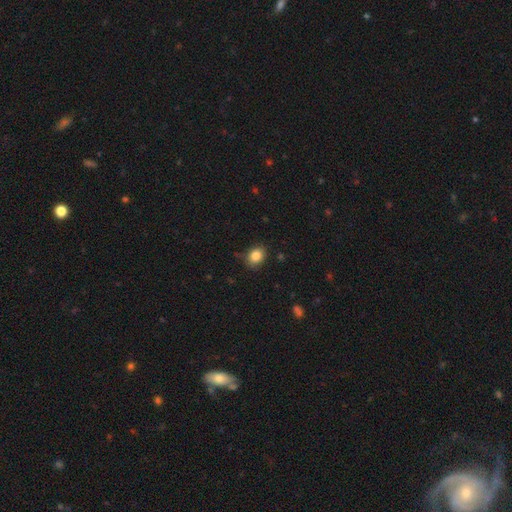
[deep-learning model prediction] Overall: smooth (85%). How rounded: in between (52%; round 47%). Merging: none (82%).